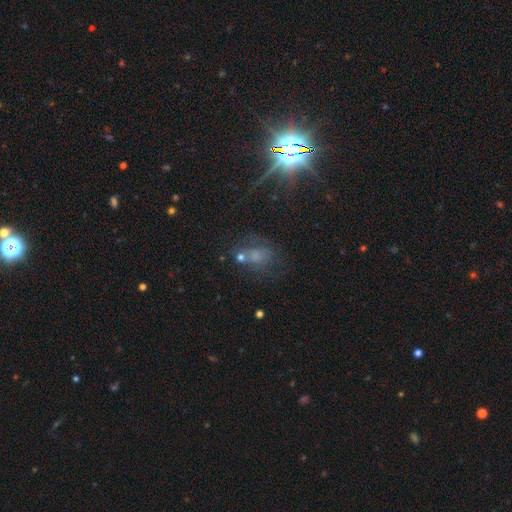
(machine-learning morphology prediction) smooth-or-featured: smooth: 37% (tied) | star or artifact: 37% (tied) | featured or disk: 27%
  merging: none: 45% | major disturbance: 20% | minor disturbance: 19% | merger: 15%